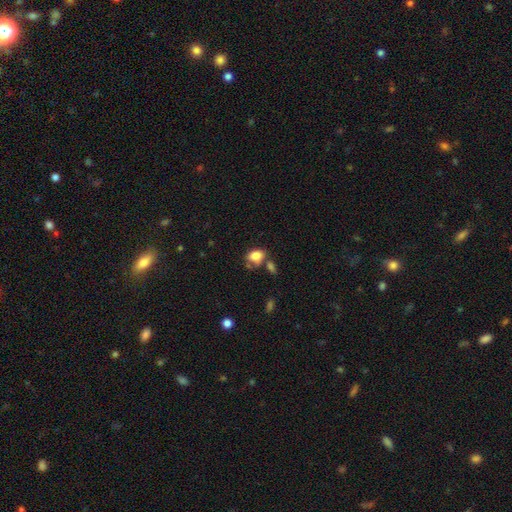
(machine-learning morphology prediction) type=smooth (80%); roundness=in between (79%); merging=none (48%).